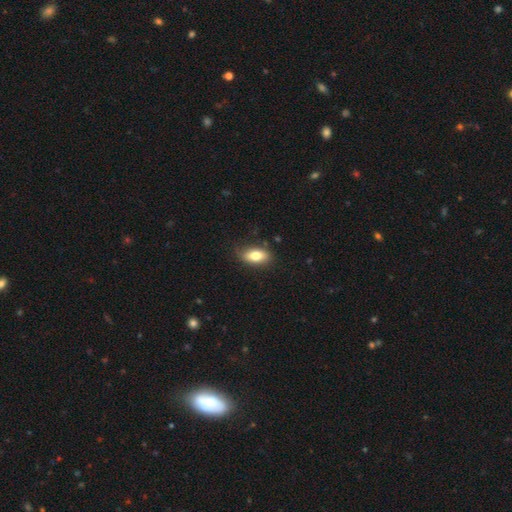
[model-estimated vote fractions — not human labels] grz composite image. It shows a smooth galaxy with no disk features (78%) that is in between round and cigar-shaped (87%). Merging: none (80%).